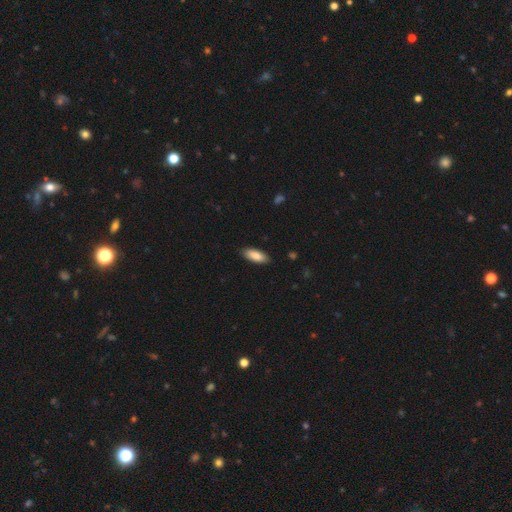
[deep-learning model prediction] Overall: smooth (86%). How rounded: in between (83%). Merging: none (88%).